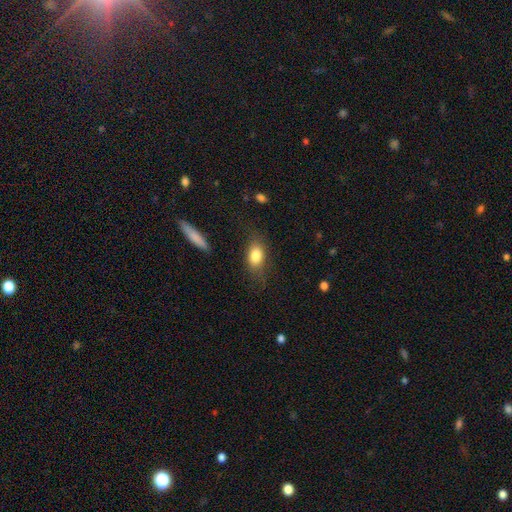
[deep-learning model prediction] Smooth or featured: smooth — 80% (featured or disk — 12%)
How rounded: in between — 82% (round — 13%)
Merging: none — 71% (minor disturbance — 19%)